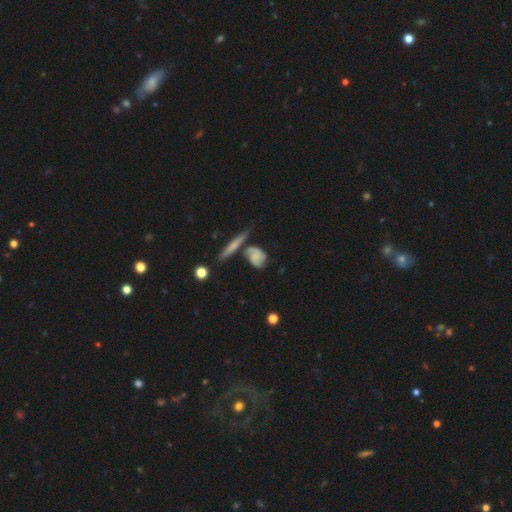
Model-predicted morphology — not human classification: Smooth or featured? featured or disk (57%)
Edge-on disk? no (87%)
Merging? none (50%)